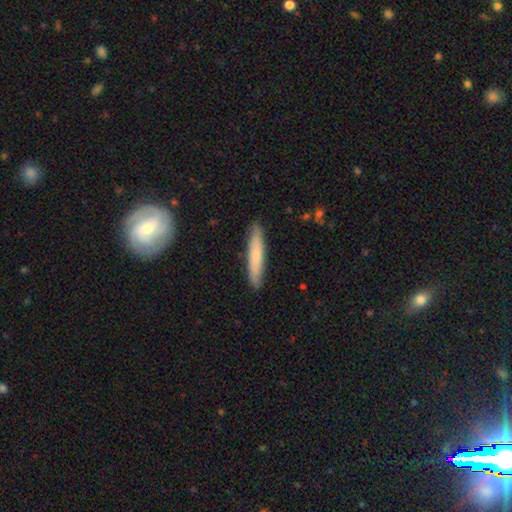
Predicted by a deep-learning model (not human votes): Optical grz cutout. It shows a smooth galaxy with no disk features (69%) that is cigar-shaped (92%). Merging: none (90%).